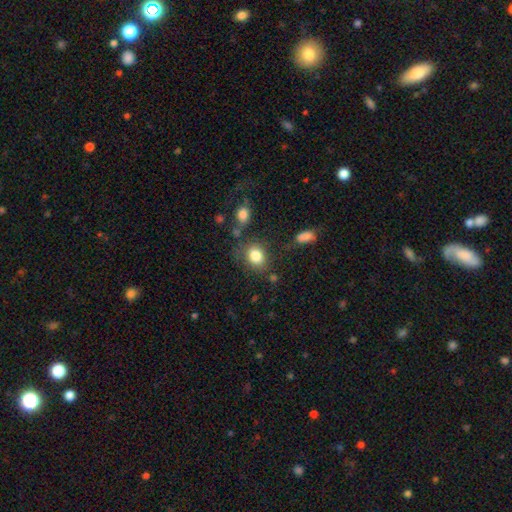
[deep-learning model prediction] A smooth galaxy with no disk features (83%) that is round (56%).

Vote fractions:
- Smooth or featured? smooth: 83% / star or artifact: 10% / featured or disk: 7%
- How rounded? round: 56% / in between: 43% / cigar-shaped: 1%
- Merging? none: 71% / minor disturbance: 16% / merger: 6% / major disturbance: 6%